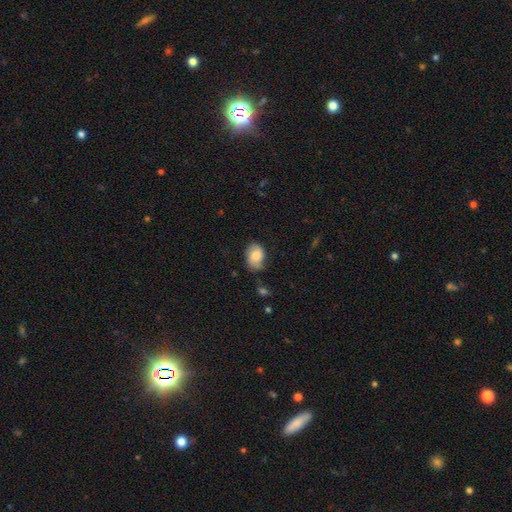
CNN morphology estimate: This is likely a smooth galaxy (73%). How rounded: likely in between (74%). Merging: possibly none (58%).